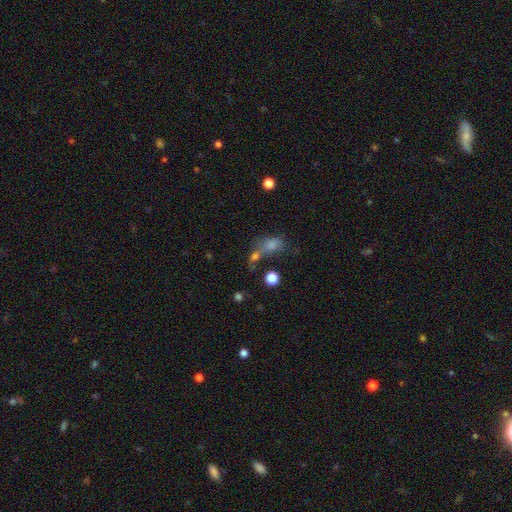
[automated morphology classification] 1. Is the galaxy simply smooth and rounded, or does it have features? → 62% smooth, 23% star or artifact, 15% featured or disk.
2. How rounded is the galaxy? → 65% in between, 29% round, 5% cigar-shaped.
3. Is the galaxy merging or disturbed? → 40% none, 31% merger, 15% minor disturbance, 14% major disturbance.